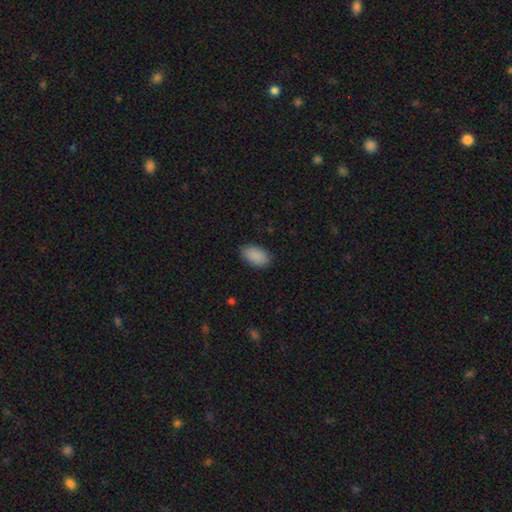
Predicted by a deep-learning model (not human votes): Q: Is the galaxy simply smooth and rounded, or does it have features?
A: smooth — 90%.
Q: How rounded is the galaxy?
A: in between — 93%.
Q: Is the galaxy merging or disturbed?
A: none — 86%.